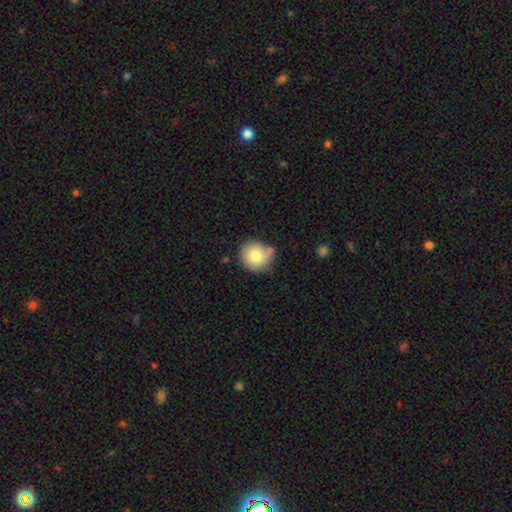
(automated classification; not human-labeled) Smooth or featured? Predicted: smooth (p=0.79). How rounded? Predicted: round (p=0.88). Merging? Predicted: none (p=0.62).